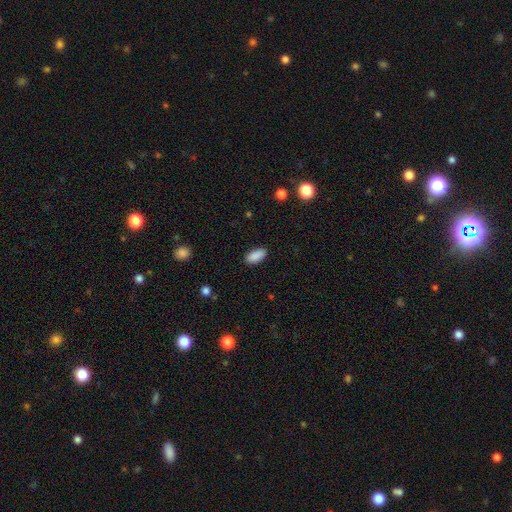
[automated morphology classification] smooth-or-featured: smooth: 90% | star or artifact: 7% | featured or disk: 3%
  how-rounded: in between: 91% | cigar-shaped: 7% | round: 2%
  merging: none: 89% | minor disturbance: 8% | major disturbance: 2% | merger: 1%